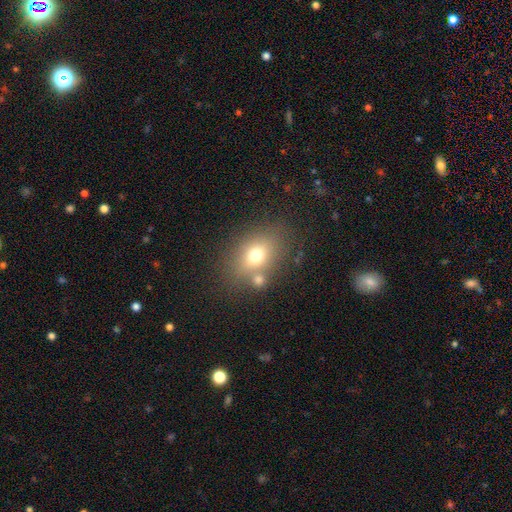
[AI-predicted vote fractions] smooth 69%, featured or disk 17%, star or artifact 14%. Down the decision tree: how rounded — in between (66%); merging — none (65%).